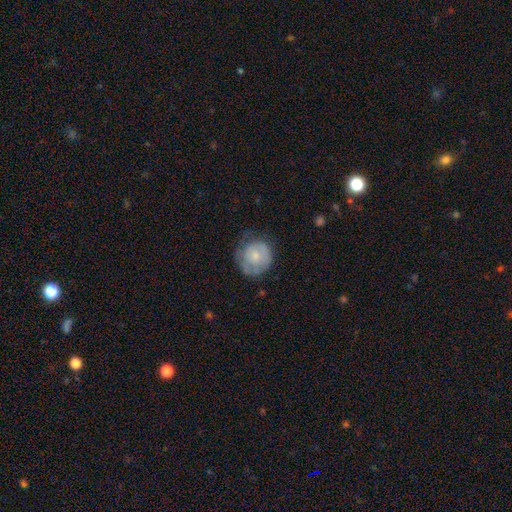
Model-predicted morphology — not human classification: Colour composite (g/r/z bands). It shows a smooth galaxy with no disk features (59%) that is round (87%). Merging: none (58%).